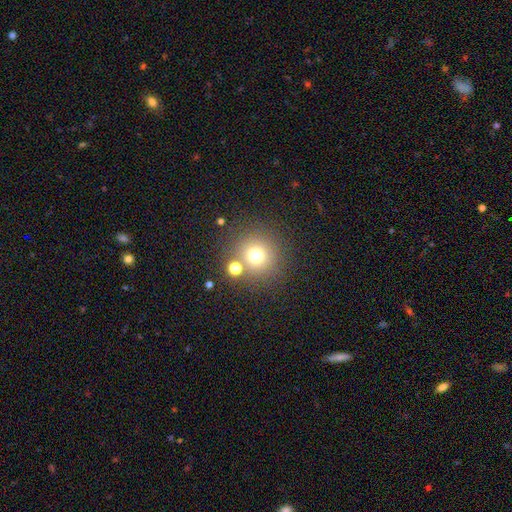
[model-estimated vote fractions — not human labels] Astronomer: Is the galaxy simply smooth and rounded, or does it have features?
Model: smooth — 72%.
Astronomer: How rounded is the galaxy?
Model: round — 95%.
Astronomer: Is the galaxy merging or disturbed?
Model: none — 79%.